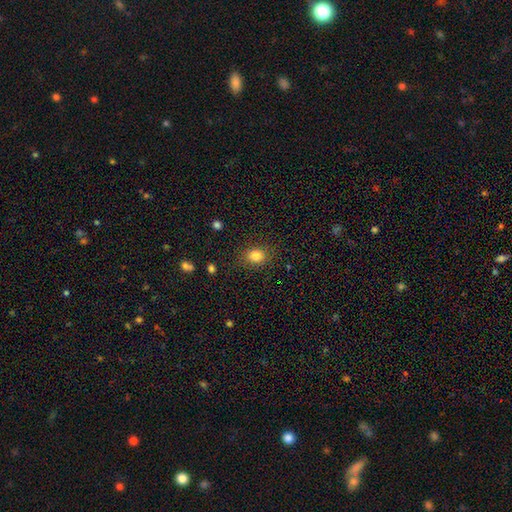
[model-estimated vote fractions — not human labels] smooth-or-featured: smooth: 84% | star or artifact: 11% | featured or disk: 5%
  how-rounded: round: 54% | in between: 45% | cigar-shaped: 1%
  merging: none: 84% | minor disturbance: 11% | major disturbance: 4% | merger: 1%